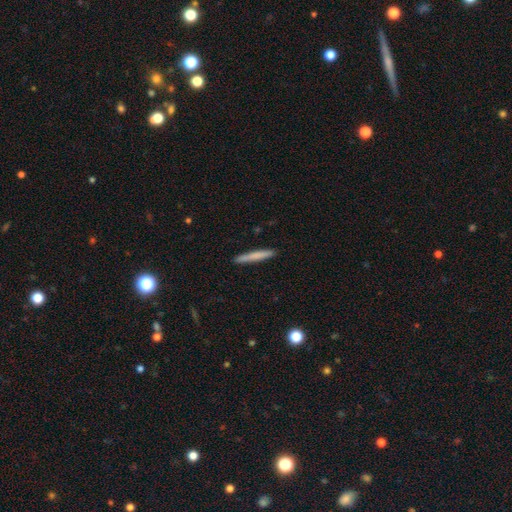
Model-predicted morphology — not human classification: Smooth or featured?
  - smooth: 72% *
  - featured or disk: 22%
  - star or artifact: 5%
How rounded?
  - cigar-shaped: 96% *
  - in between: 2%
  - round: 1%
Merging?
  - none: 91% *
  - minor disturbance: 6%
  - major disturbance: 1%
  - merger: 1%